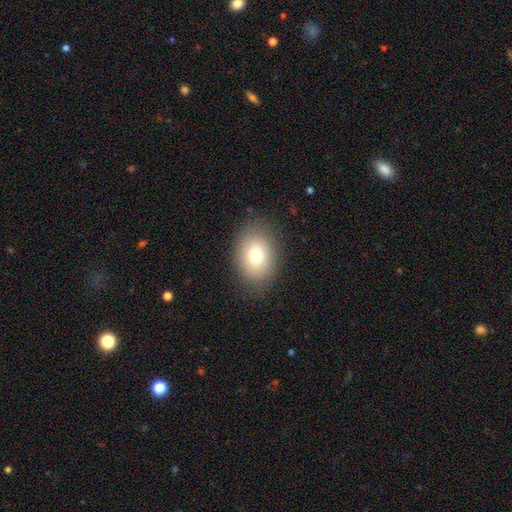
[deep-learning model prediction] Q: Smooth or featured?
A: smooth (74%); runner-up: featured or disk (14%)
Q: How rounded?
A: in between (68%); runner-up: round (31%)
Q: Merging?
A: none (83%); runner-up: minor disturbance (12%)